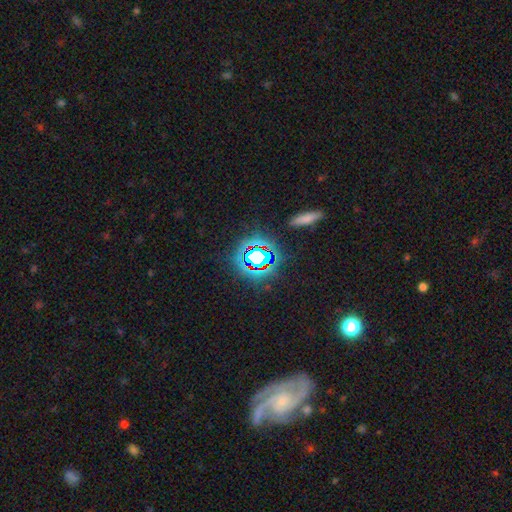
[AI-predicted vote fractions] A star or artifact, not a galaxy (70%).